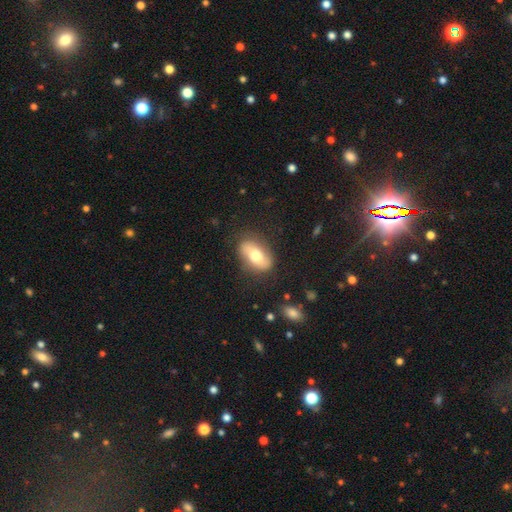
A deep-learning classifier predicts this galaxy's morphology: Smooth or featured?
  - smooth: 60% *
  - featured or disk: 33%
  - star or artifact: 6%
How rounded?
  - in between: 89% *
  - round: 7%
  - cigar-shaped: 4%
Merging?
  - none: 78% *
  - minor disturbance: 15%
  - major disturbance: 5%
  - merger: 1%